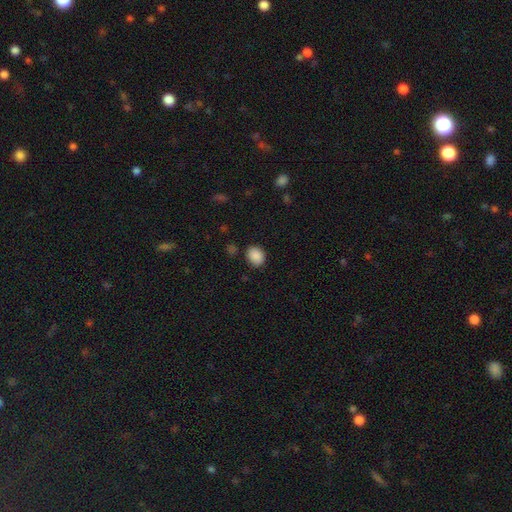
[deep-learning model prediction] Smooth or featured? smooth (89%)
How rounded? round (53%)
Merging? none (84%)